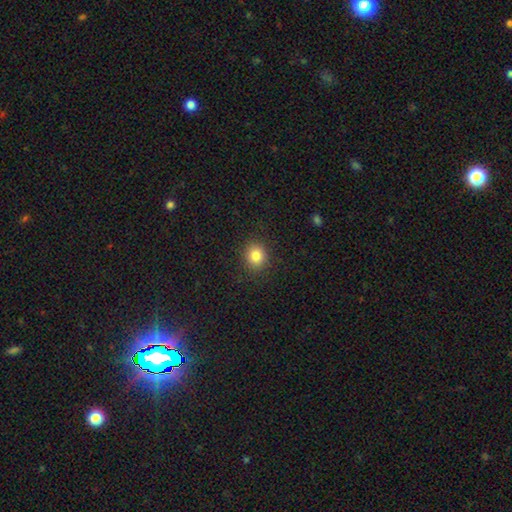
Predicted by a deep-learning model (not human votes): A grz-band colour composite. It shows a smooth galaxy with no disk features (83%) that is round (80%). Merging: none (89%).